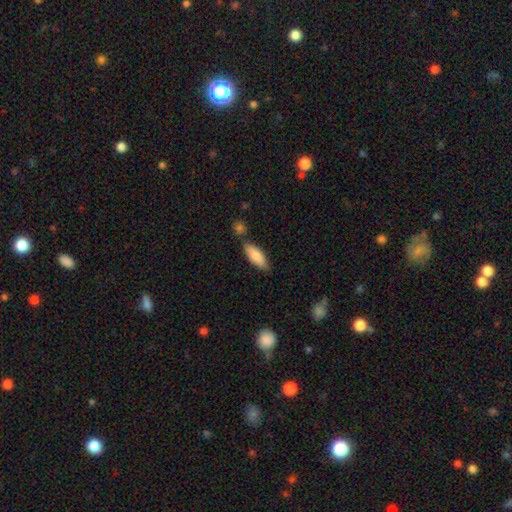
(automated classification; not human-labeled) Smooth or featured? smooth (83%)
How rounded? in between (69%)
Merging? none (75%)